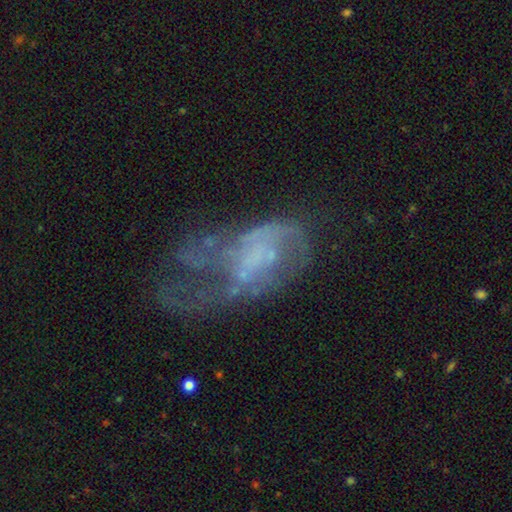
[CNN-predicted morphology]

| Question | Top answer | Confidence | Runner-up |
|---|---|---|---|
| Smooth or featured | featured or disk | 66% | smooth (21%) |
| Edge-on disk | no | 97% | yes (3%) |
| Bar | no | 76% | weak (19%) |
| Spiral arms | no | 54% | yes (46%) |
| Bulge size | none | 69% | small (18%) |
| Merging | major disturbance | 53% | none (22%) |